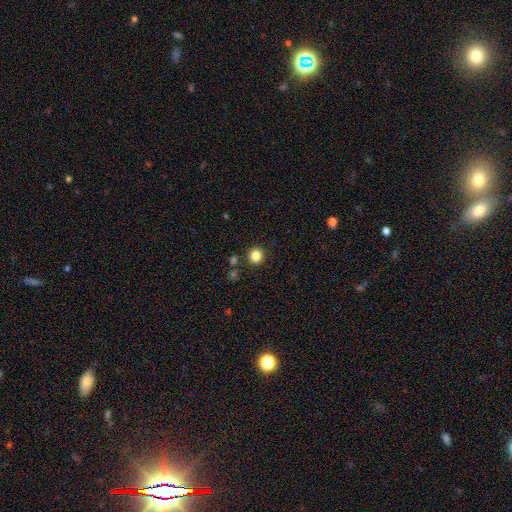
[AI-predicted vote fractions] This appears to be a smooth galaxy with no disk features (84%) that is round (93%). Merging: none (88%).